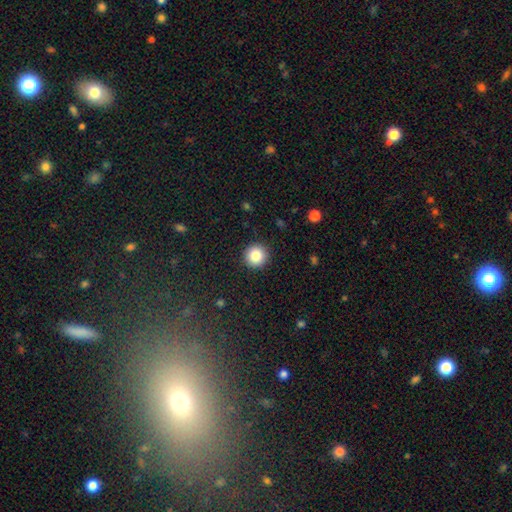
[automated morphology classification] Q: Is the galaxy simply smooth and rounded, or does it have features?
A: smooth — 86%.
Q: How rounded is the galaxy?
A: round — 95%.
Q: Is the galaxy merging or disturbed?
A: none — 92%.